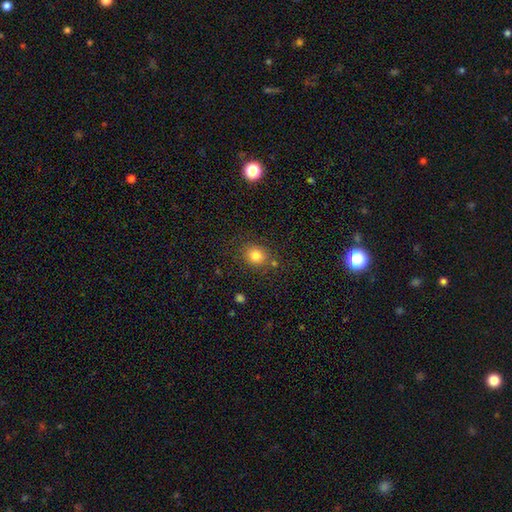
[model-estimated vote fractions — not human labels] The model was most divided on "how rounded": round: 74%, in between: 25%, cigar-shaped: 1%. More confident: smooth or featured — smooth (81%); merging — none (80%).